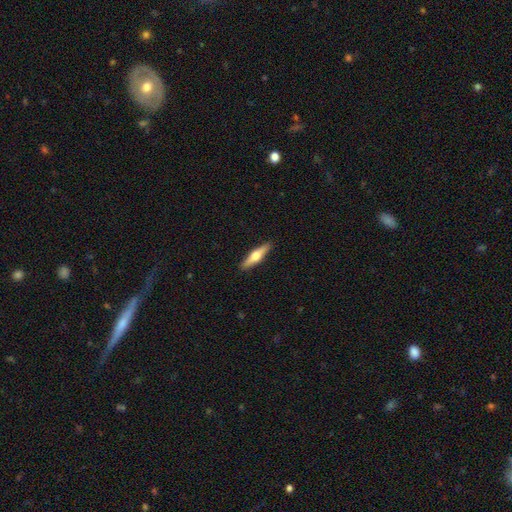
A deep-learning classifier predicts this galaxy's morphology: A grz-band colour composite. It shows a featured or disk galaxy (50%) viewed edge-on (94%). Merging: none (91%).